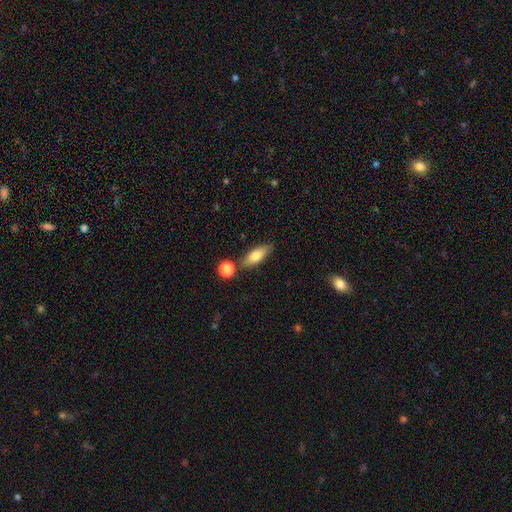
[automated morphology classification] The model was most divided on "how rounded": in between: 69%, cigar-shaped: 27%, round: 4%. More confident: smooth or featured — smooth (76%); merging — none (76%).